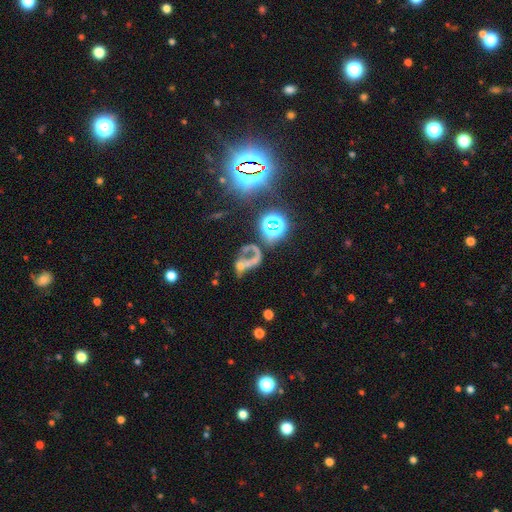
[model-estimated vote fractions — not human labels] Smooth or featured? featured or disk (43%)
Merging? major disturbance (34%)